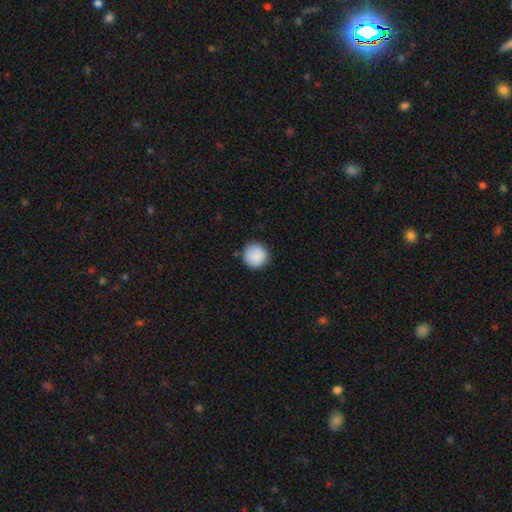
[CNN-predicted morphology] type=smooth (87%); roundness=round (95%); merging=none (86%).